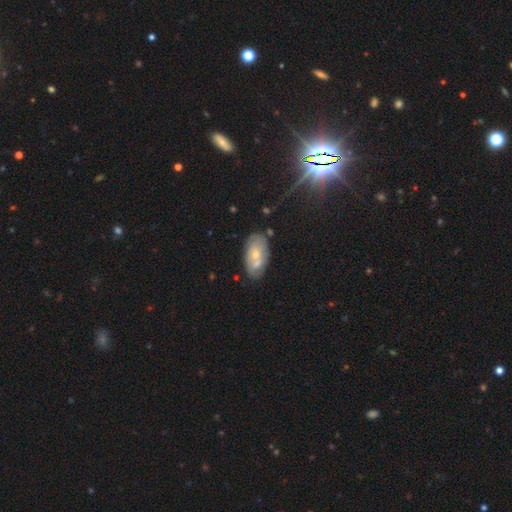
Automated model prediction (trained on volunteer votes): A smooth galaxy with no disk features (51%) that is in between round and cigar-shaped (92%). Merging: none (56%).